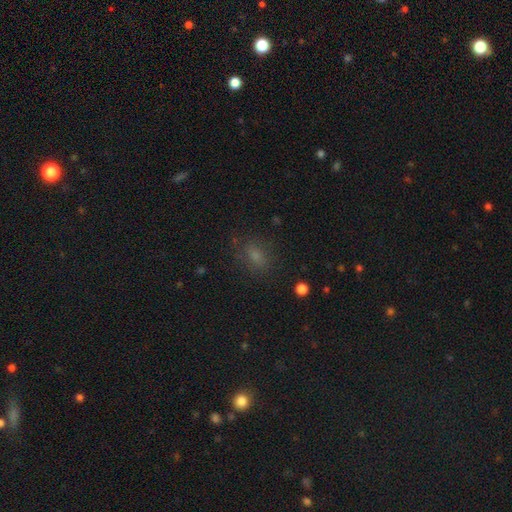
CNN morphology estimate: The model was most divided on "how rounded": in between: 70%, round: 24%, cigar-shaped: 6%. More confident: merging — none (76%); smooth or featured — smooth (72%).